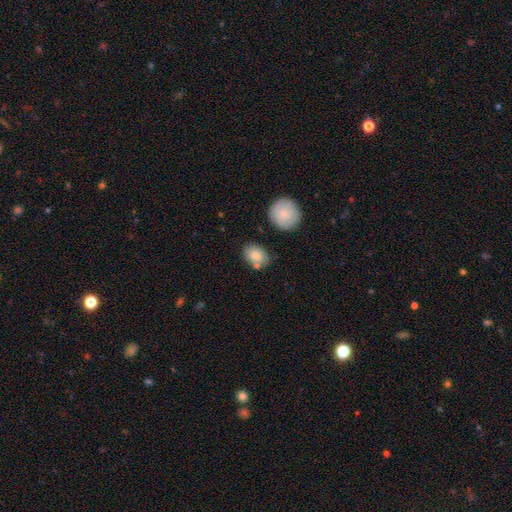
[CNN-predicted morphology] Smooth or featured: smooth — 79% (featured or disk — 13%)
How rounded: in between — 66% (round — 33%)
Merging: none — 71% (minor disturbance — 15%)